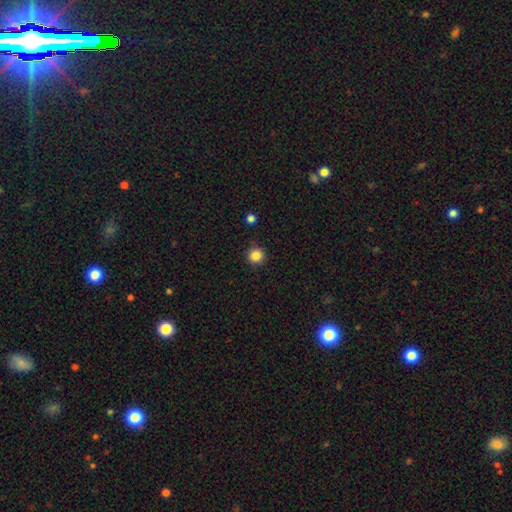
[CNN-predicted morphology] Smooth or featured? smooth (85%)
How rounded? round (95%)
Merging? none (91%)